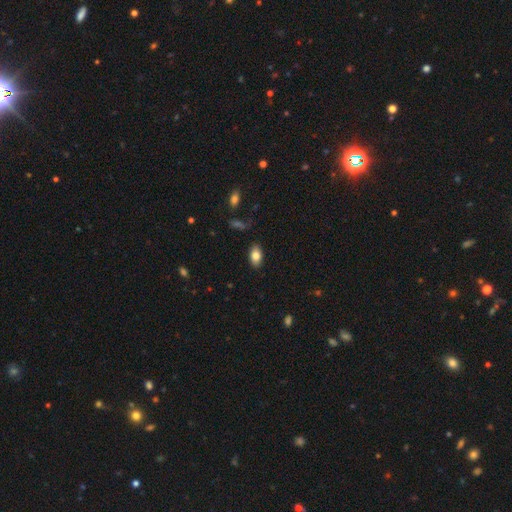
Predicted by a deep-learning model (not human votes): The model was most divided on "smooth or featured": smooth: 81%, featured or disk: 11%, star or artifact: 8%. More confident: how rounded — in between (92%); merging — none (87%).